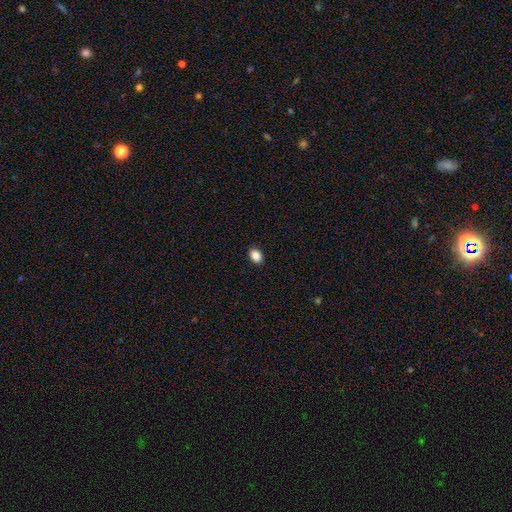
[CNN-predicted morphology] This is clearly a smooth galaxy (88%). How rounded: likely in between (79%). Merging: clearly none (91%).